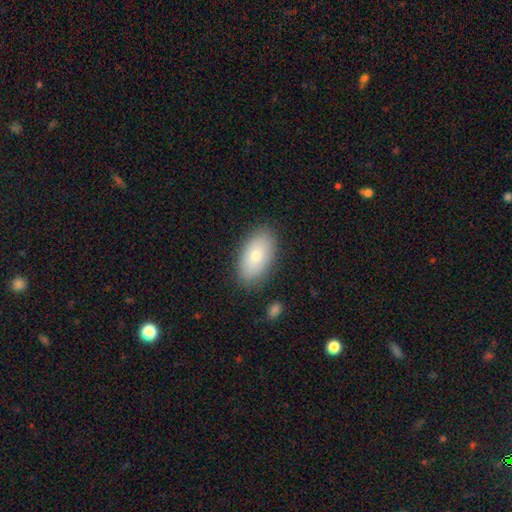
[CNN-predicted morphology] A smooth galaxy with no disk features (74%) that is in between round and cigar-shaped (93%). Merging: none (85%).